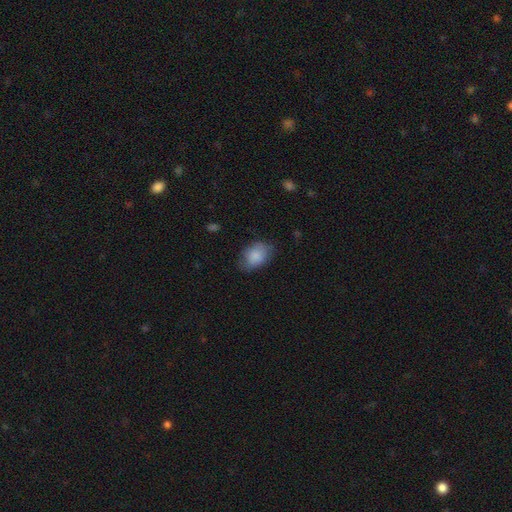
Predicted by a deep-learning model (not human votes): Q: Smooth or featured?
A: smooth (85%); runner-up: featured or disk (8%)
Q: How rounded?
A: in between (84%); runner-up: round (15%)
Q: Merging?
A: none (71%); runner-up: minor disturbance (22%)